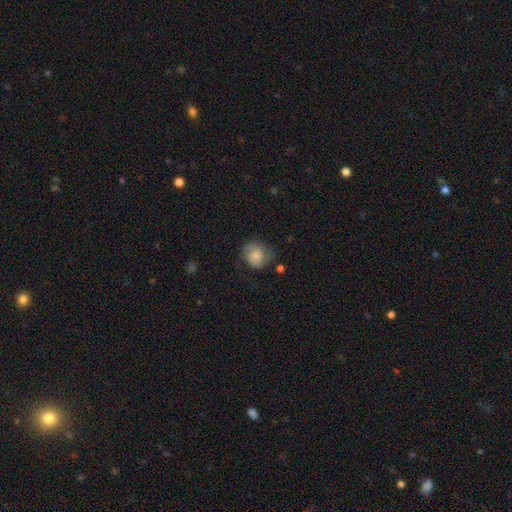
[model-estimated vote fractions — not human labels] A smooth galaxy with no disk features (60%) that is round (74%). Merging: none (64%).